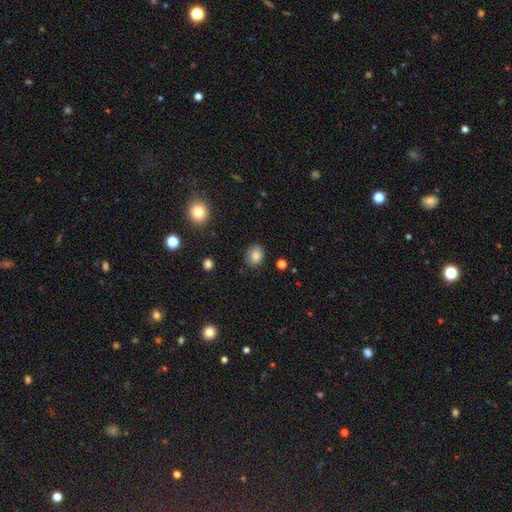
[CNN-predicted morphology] A smooth galaxy with no disk features (82%) that is round (51%). Merging: none (78%).